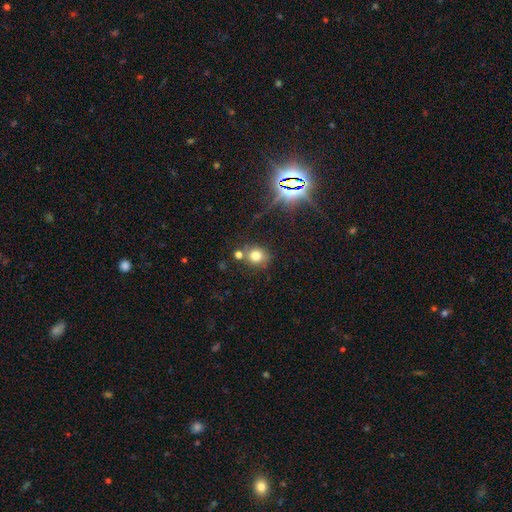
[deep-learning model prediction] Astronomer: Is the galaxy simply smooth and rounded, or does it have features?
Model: smooth — 72%.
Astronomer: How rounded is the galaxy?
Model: round — 74%.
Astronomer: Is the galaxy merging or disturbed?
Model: none — 70%.